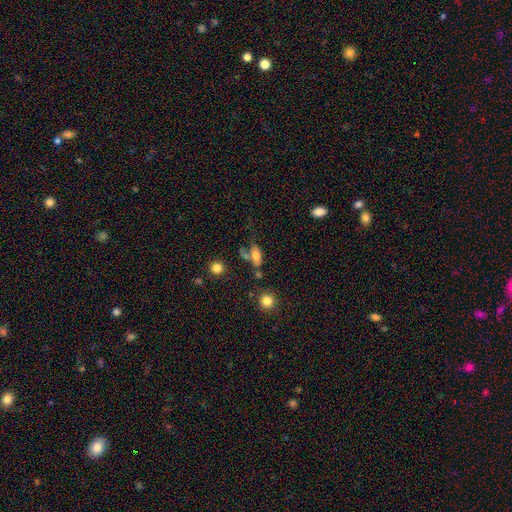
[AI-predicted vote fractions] Smooth or featured? smooth (69%)
How rounded? in between (75%)
Merging? none (42%)